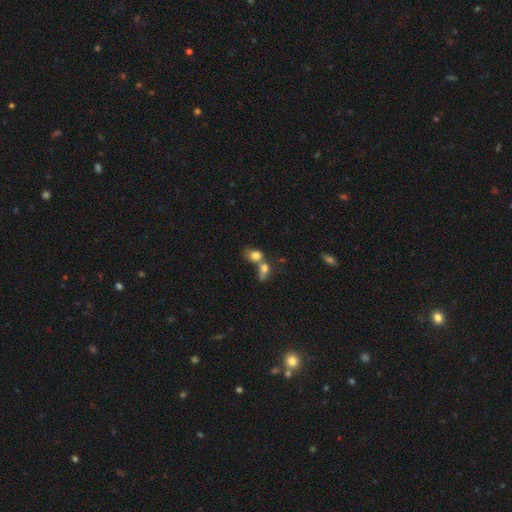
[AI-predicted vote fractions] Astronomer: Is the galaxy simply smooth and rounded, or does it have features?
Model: smooth — 74%.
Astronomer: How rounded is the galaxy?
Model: in between — 57% (runner-up: round, 41%).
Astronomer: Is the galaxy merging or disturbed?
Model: merger — 70%.